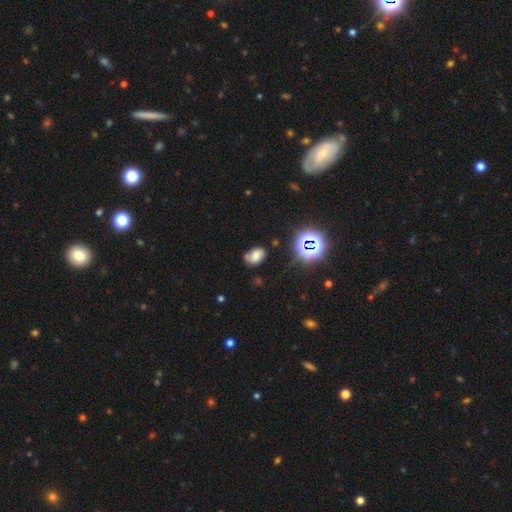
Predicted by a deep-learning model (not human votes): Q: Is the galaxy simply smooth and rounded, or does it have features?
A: smooth — 58%.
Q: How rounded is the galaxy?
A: in between — 83%.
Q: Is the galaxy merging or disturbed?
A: none — 58%.